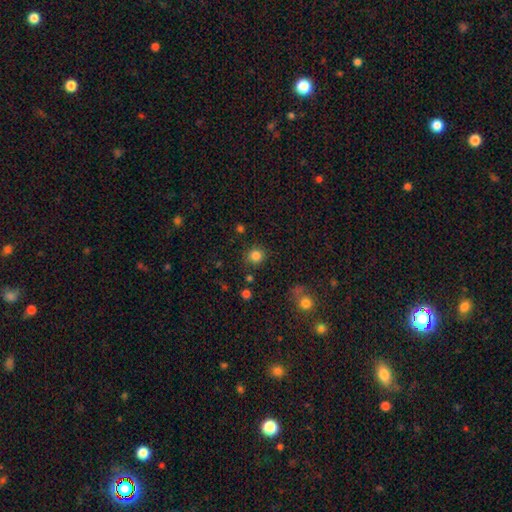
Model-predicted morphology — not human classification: Q: Smooth or featured?
A: smooth (83%); runner-up: star or artifact (12%)
Q: How rounded?
A: round (86%); runner-up: in between (13%)
Q: Merging?
A: none (83%); runner-up: minor disturbance (10%)